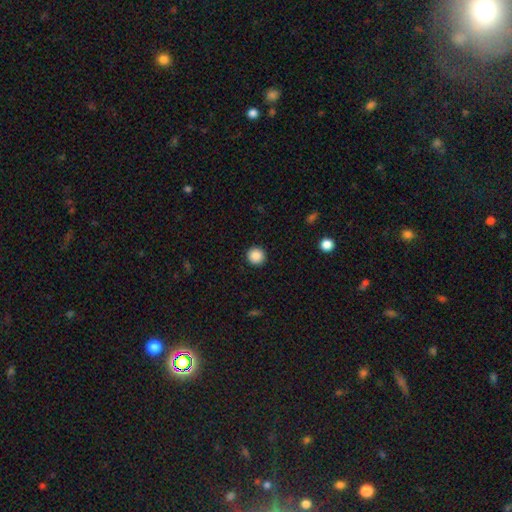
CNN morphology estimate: Q: Smooth or featured?
A: smooth (88%); runner-up: star or artifact (9%)
Q: How rounded?
A: round (96%); runner-up: in between (3%)
Q: Merging?
A: none (93%); runner-up: minor disturbance (4%)